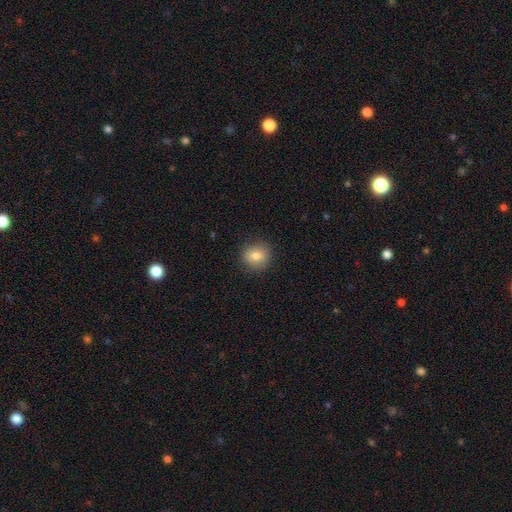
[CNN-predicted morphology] Smooth or featured? smooth (80%)
How rounded? round (85%)
Merging? none (87%)